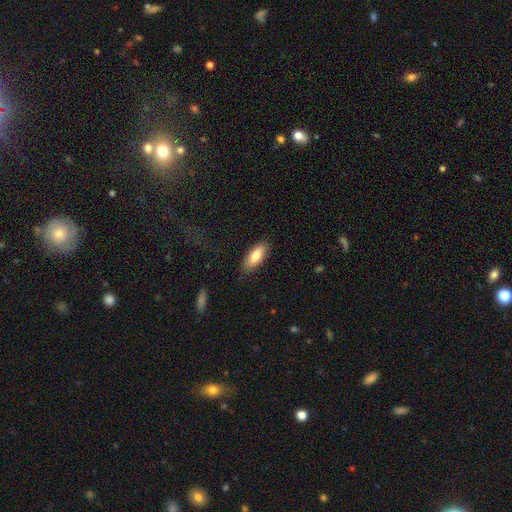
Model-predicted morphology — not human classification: A smooth galaxy with no disk features (79%) that is in between round and cigar-shaped (77%). Merging: none (84%).